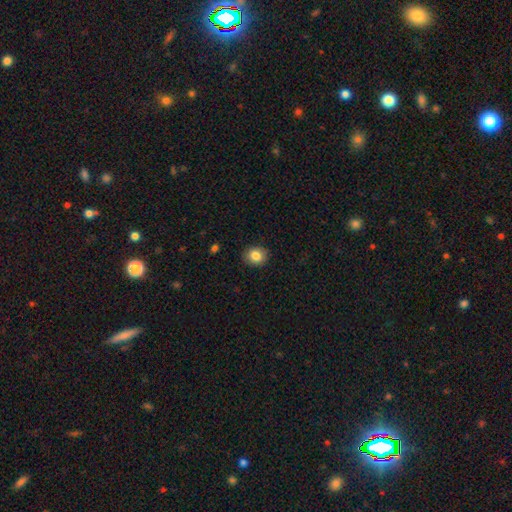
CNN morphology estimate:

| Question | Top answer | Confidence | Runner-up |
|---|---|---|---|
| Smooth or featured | smooth | 84% | star or artifact (9%) |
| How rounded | round | 70% | in between (29%) |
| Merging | none | 89% | minor disturbance (8%) |